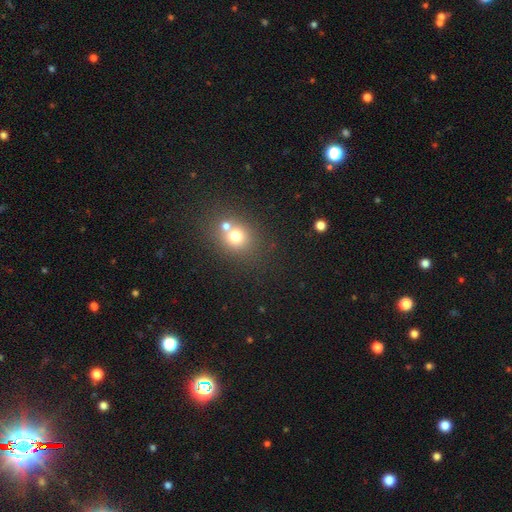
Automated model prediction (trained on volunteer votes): A smooth galaxy with no disk features (58%) that is round (62%). Merging: none (71%).